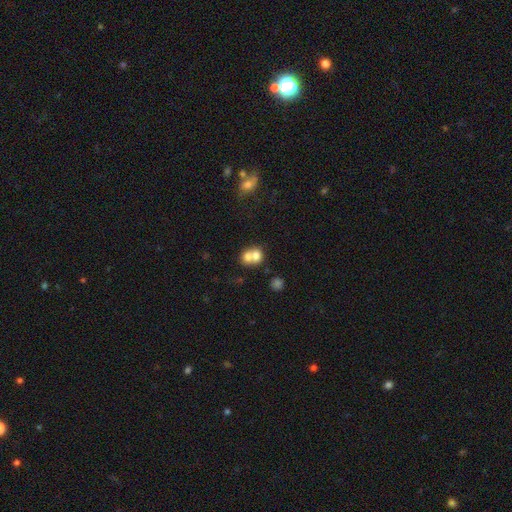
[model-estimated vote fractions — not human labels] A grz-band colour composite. It shows a smooth galaxy with no disk features (70%) that is round (66%). Merging: merger (68%).